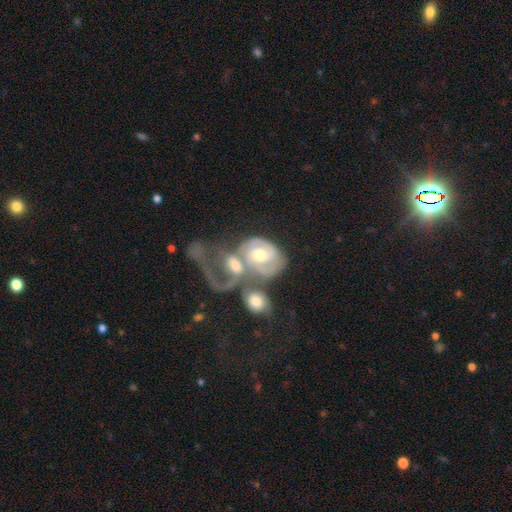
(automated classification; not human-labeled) Smooth or featured: featured or disk — 67% (smooth — 21%)
Edge-on disk: no — 95% (yes — 5%)
Bar: no — 68% (weak — 24%)
Spiral arms: yes — 63% (no — 37%)
Bulge size: moderate — 62% (small — 26%)
Merging: merger — 69% (major disturbance — 14%)